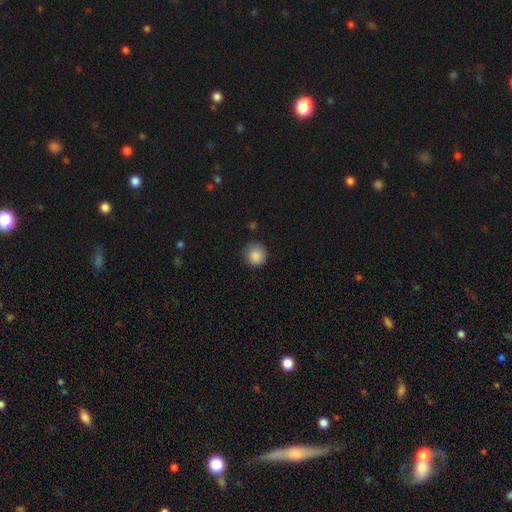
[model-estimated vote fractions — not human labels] The model was most divided on "merging": none: 82%, minor disturbance: 14%, major disturbance: 3%, merger: 1%. More confident: how rounded — round (92%); smooth or featured — smooth (87%).